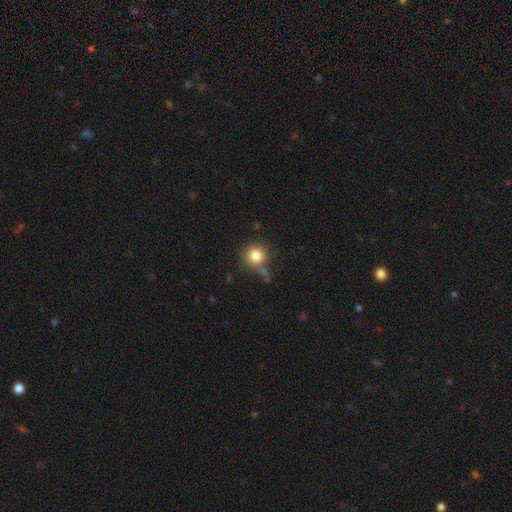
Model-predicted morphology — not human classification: This appears to be a smooth galaxy with no disk features (82%) that is round (92%). Merging: none (63%).